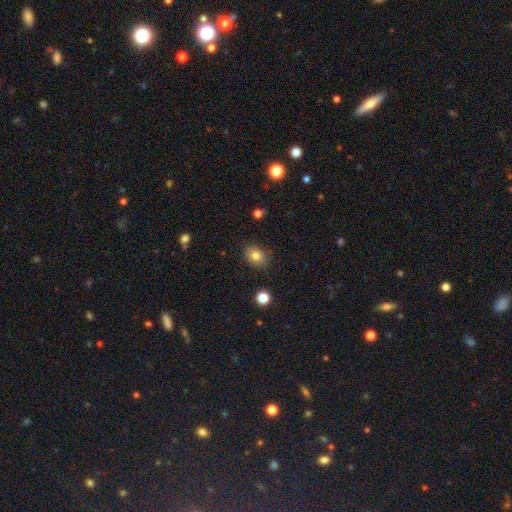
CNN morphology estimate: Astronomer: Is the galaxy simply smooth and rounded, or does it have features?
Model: smooth — 82%.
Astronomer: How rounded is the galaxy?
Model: in between — 65%.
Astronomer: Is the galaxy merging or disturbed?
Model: none — 86%.